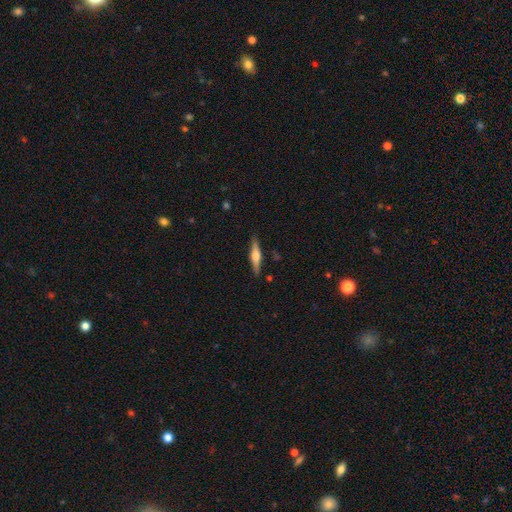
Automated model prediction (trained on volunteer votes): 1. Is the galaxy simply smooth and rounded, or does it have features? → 59% featured or disk, 35% smooth, 6% star or artifact.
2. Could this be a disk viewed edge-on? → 96% yes, 4% no.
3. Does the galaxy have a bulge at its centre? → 86% rounded, 11% boxy, 4% none.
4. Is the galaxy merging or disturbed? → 88% none, 9% minor disturbance, 2% major disturbance, 1% merger.